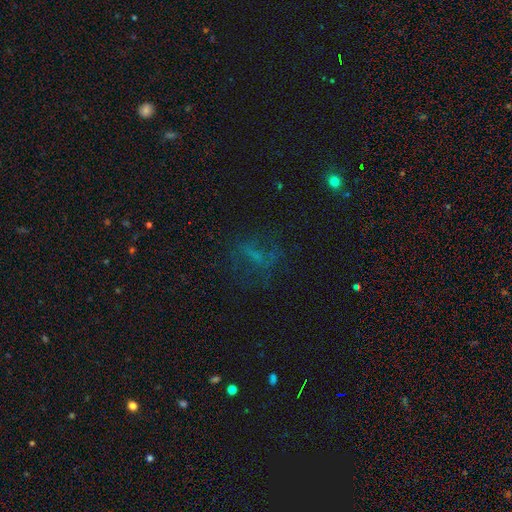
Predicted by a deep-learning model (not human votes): smooth-or-featured: smooth: 37% | featured or disk: 32% | star or artifact: 31%
  merging: none: 57% | major disturbance: 23% | minor disturbance: 17% | merger: 2%